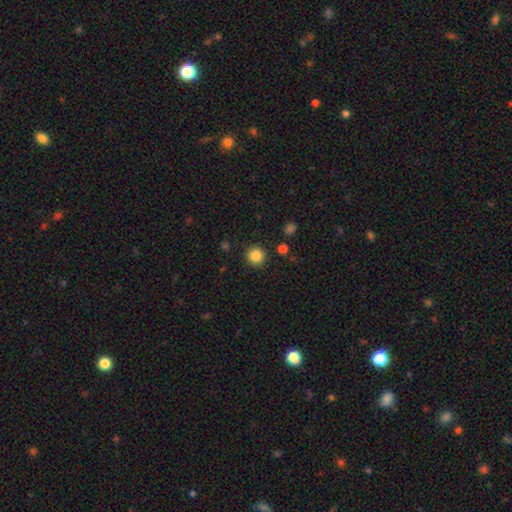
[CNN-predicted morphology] type=smooth (85%); roundness=round (94%); merging=none (91%).